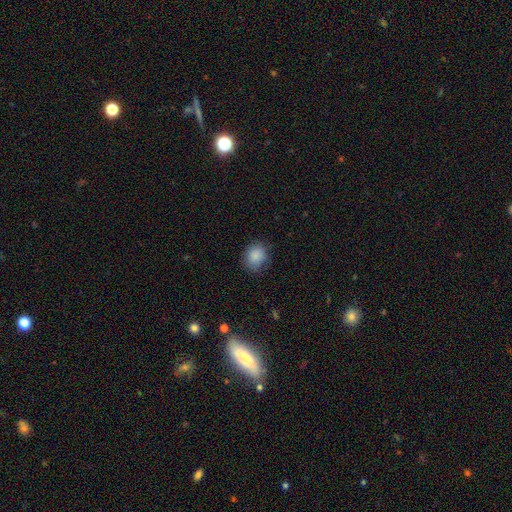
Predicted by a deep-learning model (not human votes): This is clearly a smooth galaxy (87%). How rounded: likely round (67%). Merging: likely none (78%).